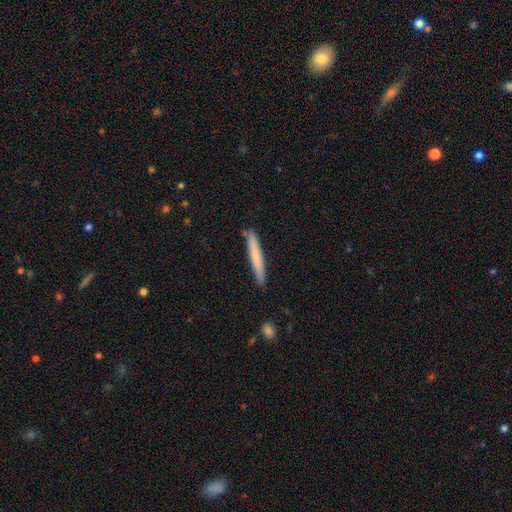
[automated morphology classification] Overall: smooth (71%). How rounded: cigar-shaped (96%). Merging: none (87%).